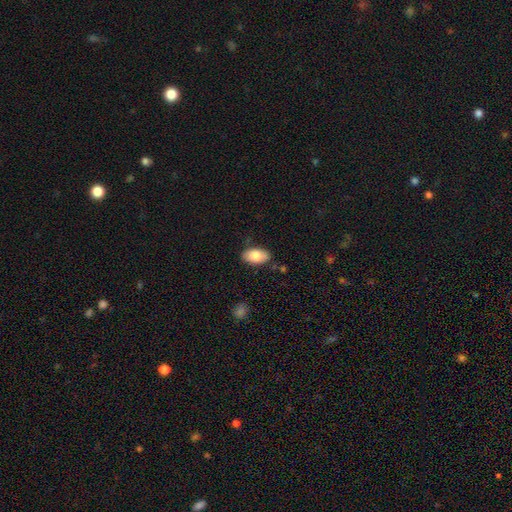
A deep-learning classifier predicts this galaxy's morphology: Overall: smooth (85%). How rounded: in between (94%). Merging: none (80%).